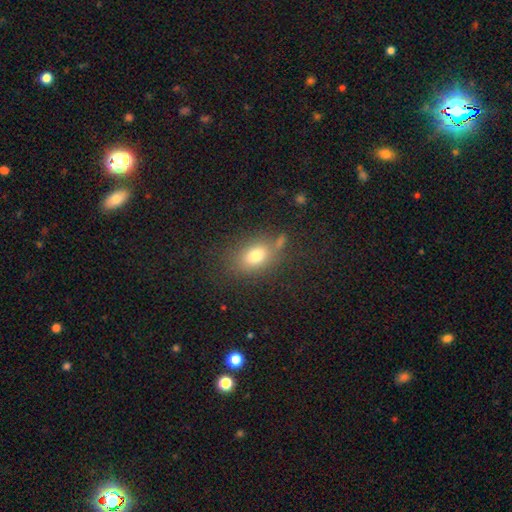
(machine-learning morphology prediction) A smooth galaxy with no disk features (76%) that is in between round and cigar-shaped (71%).

Vote fractions:
- Smooth or featured? smooth: 76% / star or artifact: 12% / featured or disk: 12%
- How rounded? in between: 71% / round: 27% / cigar-shaped: 2%
- Merging? none: 68% / minor disturbance: 16% / merger: 8% / major disturbance: 8%